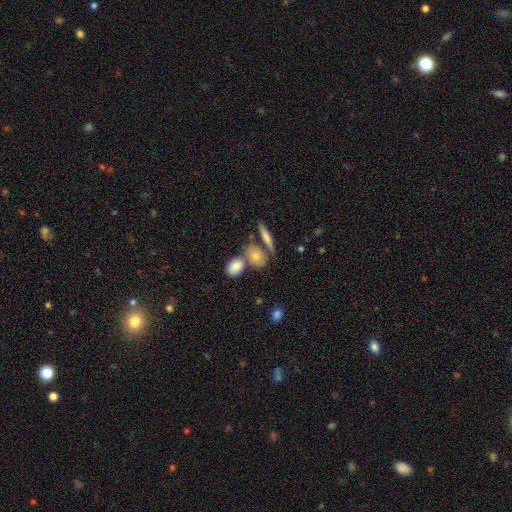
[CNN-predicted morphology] Smooth or featured? smooth (76%)
How rounded? in between (69%)
Merging? none (50%)